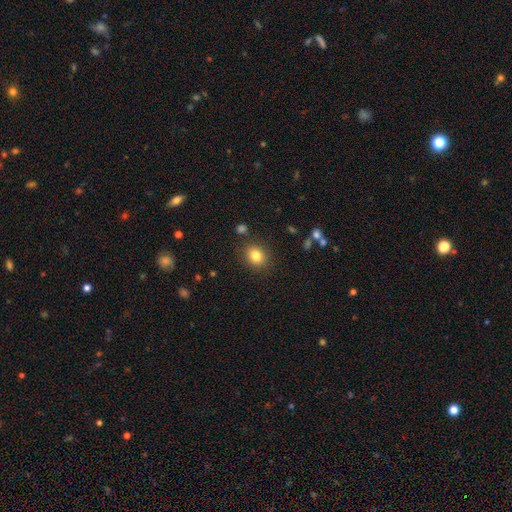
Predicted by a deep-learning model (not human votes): A smooth galaxy with no disk features (82%) that is round (67%).

Vote fractions:
- Smooth or featured? smooth: 82% / star or artifact: 11% / featured or disk: 7%
- How rounded? round: 67% / in between: 32% / cigar-shaped: 1%
- Merging? none: 86% / minor disturbance: 9% / major disturbance: 3% / merger: 3%